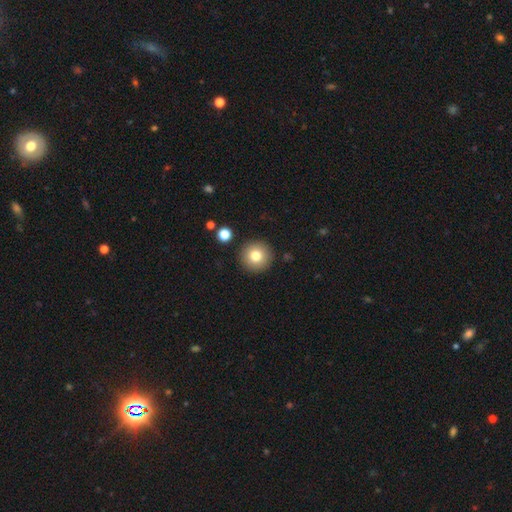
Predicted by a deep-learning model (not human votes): Morphology: type=smooth (79%); roundness=round (96%); merging=none (91%).